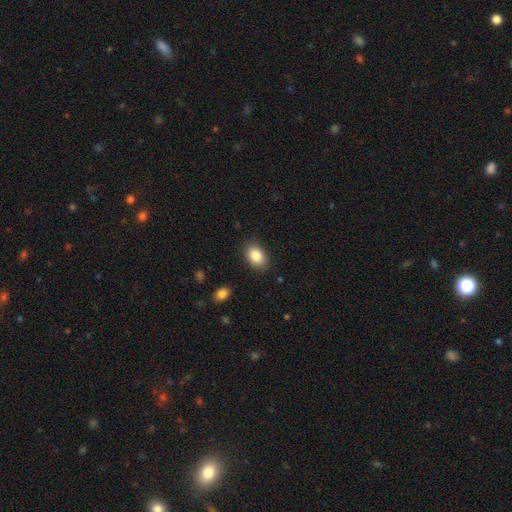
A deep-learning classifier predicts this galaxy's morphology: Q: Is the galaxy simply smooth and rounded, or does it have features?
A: smooth — 86%.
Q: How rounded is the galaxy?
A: in between — 78%.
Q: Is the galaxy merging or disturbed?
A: none — 85%.